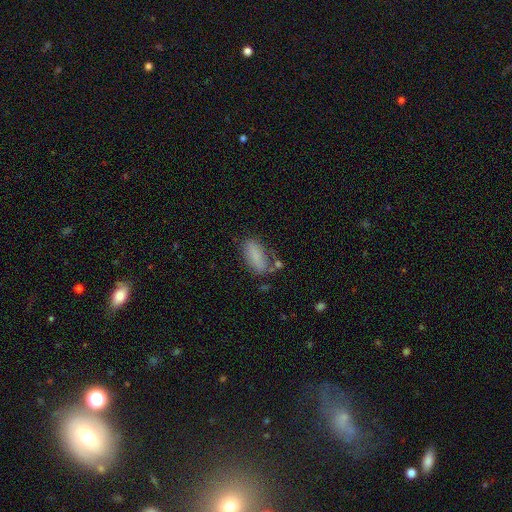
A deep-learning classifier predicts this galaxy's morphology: Smooth or featured: smooth — 83% (featured or disk — 9%)
How rounded: in between — 81% (cigar-shaped — 17%)
Merging: none — 64% (minor disturbance — 20%)